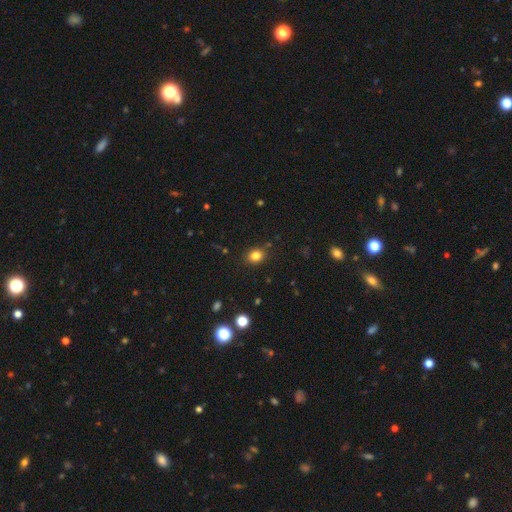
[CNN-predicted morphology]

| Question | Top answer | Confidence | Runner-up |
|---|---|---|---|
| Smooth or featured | smooth | 82% | star or artifact (12%) |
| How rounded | round | 56% | in between (43%) |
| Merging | none | 85% | minor disturbance (10%) |